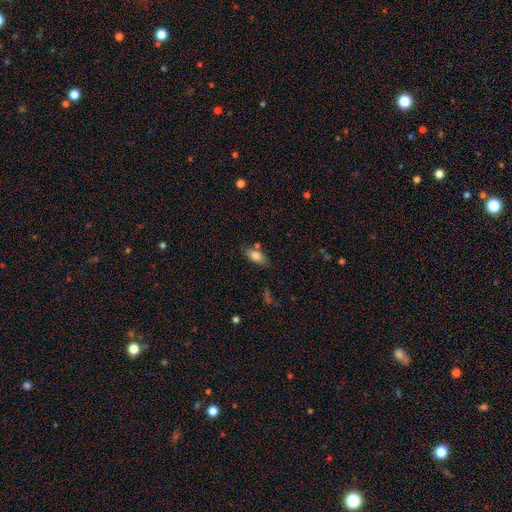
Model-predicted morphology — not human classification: Overall: smooth (80%). How rounded: in between (88%). Merging: none (69%).